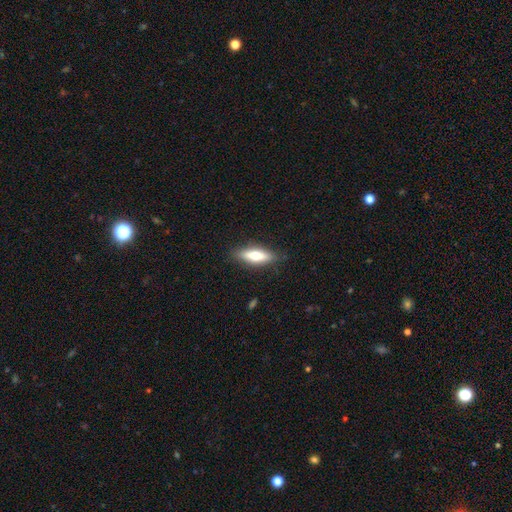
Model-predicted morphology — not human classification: A smooth galaxy with no disk features (56%) that is cigar-shaped (49%, tied with in between).

Vote fractions:
- Smooth or featured? smooth: 56% / featured or disk: 37% / star or artifact: 6%
- How rounded? cigar-shaped: 49% (tied) / in between: 49% (tied) / round: 2%
- Merging? none: 85% / minor disturbance: 11% / major disturbance: 3% / merger: 1%